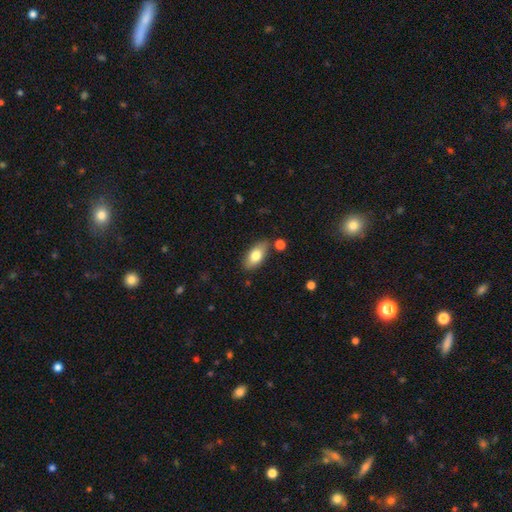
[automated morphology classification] Smooth or featured?
  - smooth: 76% *
  - featured or disk: 17%
  - star or artifact: 7%
How rounded?
  - in between: 89% *
  - cigar-shaped: 8%
  - round: 3%
Merging?
  - none: 79% *
  - minor disturbance: 13%
  - merger: 5%
  - major disturbance: 3%